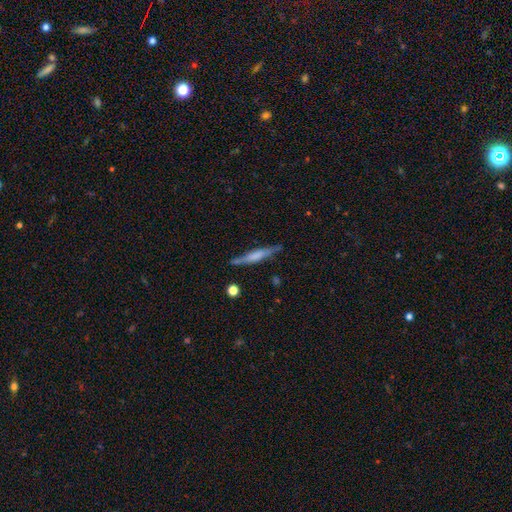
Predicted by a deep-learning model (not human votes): Morphology: type=featured or disk (55%); edge-on=yes (95%); edge-on bulge=boxy (45%); merging=none (80%).